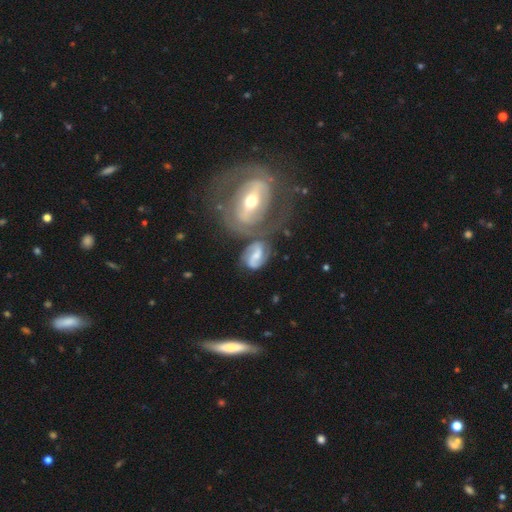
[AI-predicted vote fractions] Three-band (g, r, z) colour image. It shows a featured or disk galaxy (79%) with a weak bar (44%), 2 (89%) medium (49%) spiral arms (92%) and a moderate central bulge (44%). Merging: none (46%).